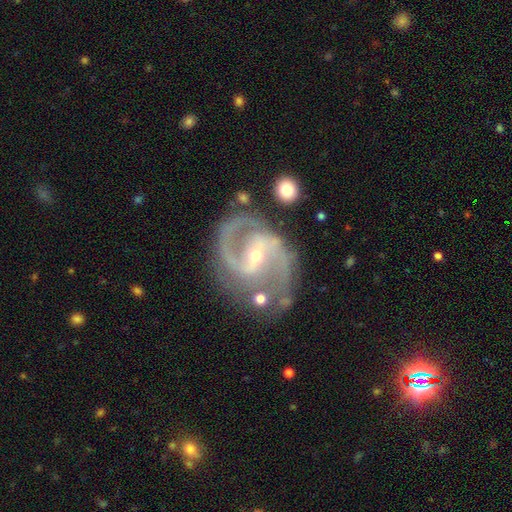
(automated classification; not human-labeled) Smooth or featured: featured or disk — 92% (star or artifact — 5%)
Edge-on disk: no — 98% (yes — 2%)
Bar: weak — 41% (strong — 40%)
Spiral arms: yes — 98% (no — 2%)
Spiral winding: medium — 62% (tight — 22%)
Spiral arm count: 2 — 89% (3 — 4%)
Bulge size: small — 62% (moderate — 35%)
Merging: none — 69% (minor disturbance — 18%)